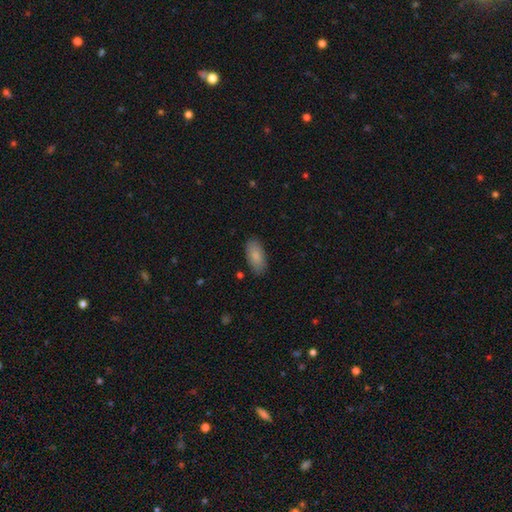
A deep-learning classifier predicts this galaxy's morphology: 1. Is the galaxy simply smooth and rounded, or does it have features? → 84% smooth, 9% featured or disk, 6% star or artifact.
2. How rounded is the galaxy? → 90% in between, 7% cigar-shaped, 2% round.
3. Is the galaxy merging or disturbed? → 85% none, 11% minor disturbance, 2% major disturbance, 1% merger.